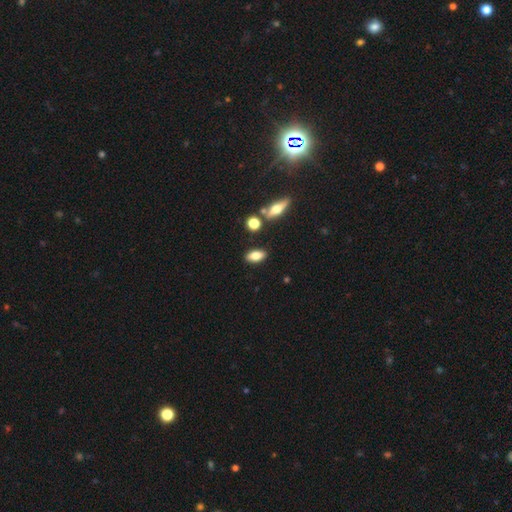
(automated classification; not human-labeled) smooth-or-featured: smooth: 75% | featured or disk: 16% | star or artifact: 8%
  how-rounded: in between: 84% | cigar-shaped: 10% | round: 6%
  merging: none: 85% | minor disturbance: 8% | merger: 4% | major disturbance: 2%